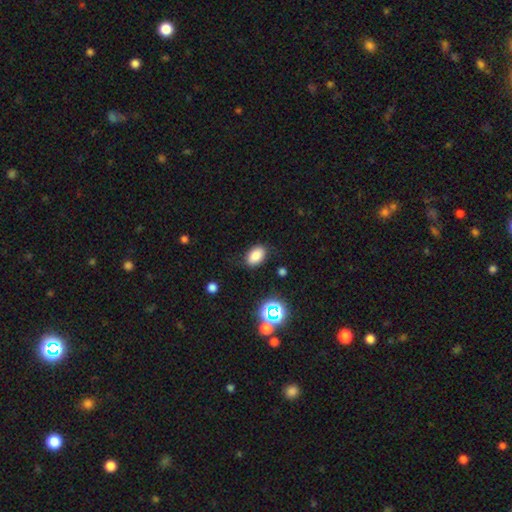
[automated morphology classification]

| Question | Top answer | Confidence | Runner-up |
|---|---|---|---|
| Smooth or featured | smooth | 81% | star or artifact (13%) |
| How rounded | in between | 87% | round (12%) |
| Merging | none | 83% | minor disturbance (12%) |